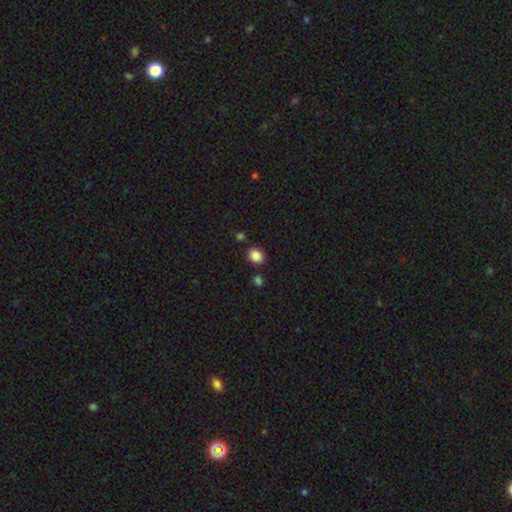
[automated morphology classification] The model was most divided on "how rounded": in between: 52%, round: 47%, cigar-shaped: 1%. More confident: smooth or featured — smooth (87%); merging — none (82%).